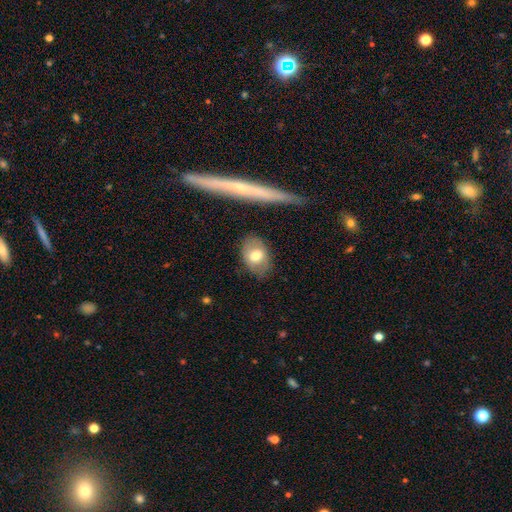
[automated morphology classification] A smooth galaxy with no disk features (67%) that is in between round and cigar-shaped (77%). Merging: none (77%).